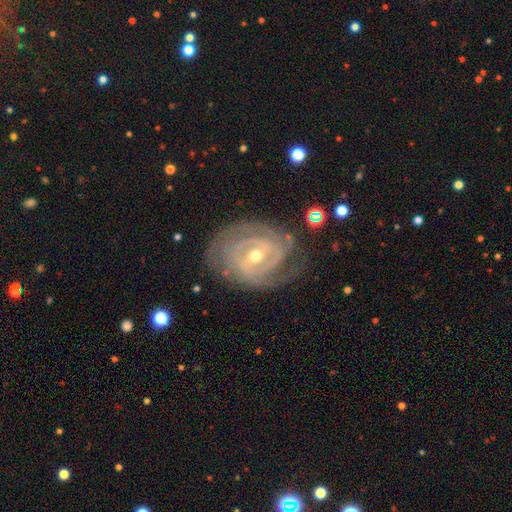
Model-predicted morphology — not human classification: This appears to be a featured or disk galaxy (89%) with a weak bar (44%), 2 (32%) tight (74%) spiral arms (95%) and a moderate central bulge (49%). Merging: none (71%).